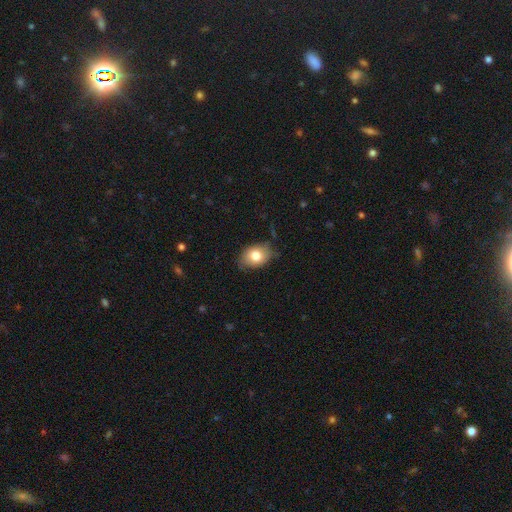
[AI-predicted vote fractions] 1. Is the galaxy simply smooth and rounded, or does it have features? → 79% smooth, 13% featured or disk, 8% star or artifact.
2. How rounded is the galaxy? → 76% in between, 23% round, 1% cigar-shaped.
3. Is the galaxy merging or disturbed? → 73% none, 22% minor disturbance, 4% major disturbance, 1% merger.